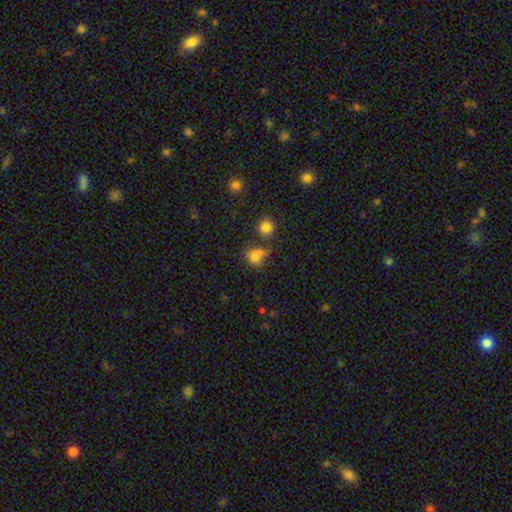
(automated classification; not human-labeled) A smooth galaxy with no disk features (64%) that is round (66%). Merging: none (51%).